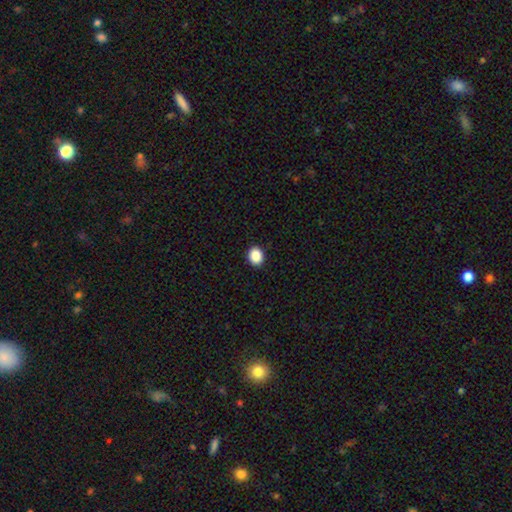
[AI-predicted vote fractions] Smooth or featured? Predicted: smooth (p=0.89). How rounded? Predicted: round (p=0.57). Merging? Predicted: none (p=0.91).